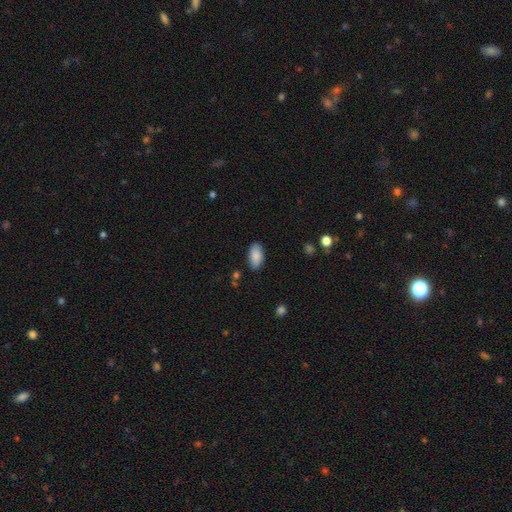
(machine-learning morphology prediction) A smooth galaxy with no disk features (86%) that is in between round and cigar-shaped (94%).

Vote fractions:
- Smooth or featured? smooth: 86% / featured or disk: 7% / star or artifact: 6%
- How rounded? in between: 94% / round: 3% / cigar-shaped: 3%
- Merging? none: 85% / minor disturbance: 11% / major disturbance: 2% / merger: 1%